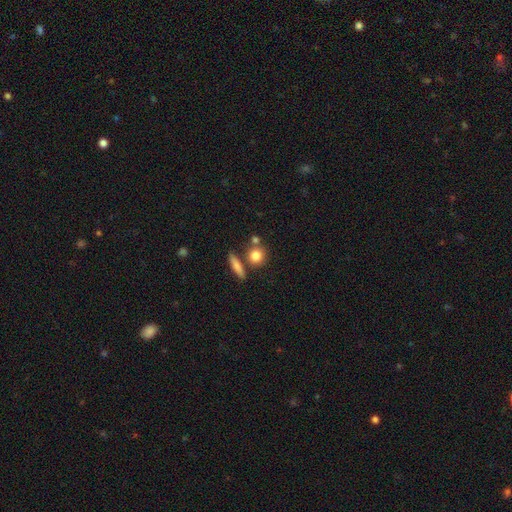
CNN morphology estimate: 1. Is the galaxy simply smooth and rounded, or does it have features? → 81% smooth, 10% featured or disk, 9% star or artifact.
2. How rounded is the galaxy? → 76% round, 17% in between, 7% cigar-shaped.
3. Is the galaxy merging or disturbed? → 67% none, 19% merger, 10% minor disturbance, 3% major disturbance.